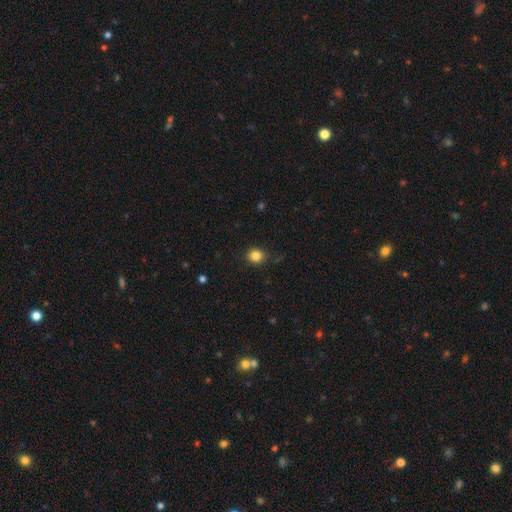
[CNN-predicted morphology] A smooth galaxy with no disk features (84%) that is round (83%). Merging: none (87%).